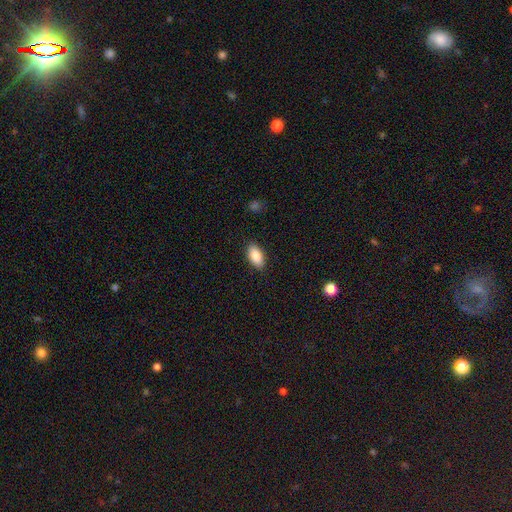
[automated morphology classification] smooth_or_featured: smooth (p=0.87) [alt: star or artifact p=0.07]
how_rounded: in between (p=0.93) [alt: cigar-shaped p=0.04]
merging: none (p=0.89) [alt: minor disturbance p=0.08]